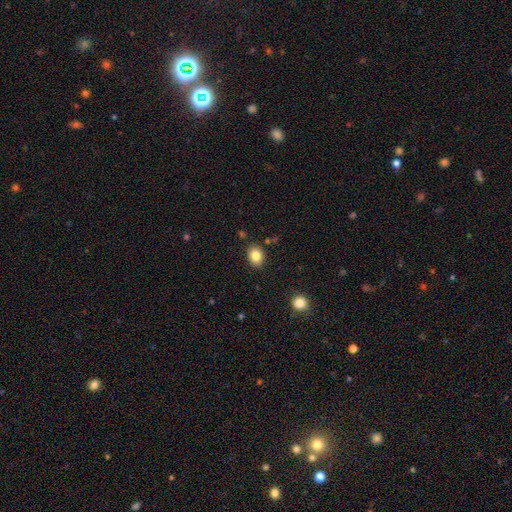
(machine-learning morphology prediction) Smooth or featured: smooth — 84% (star or artifact — 9%)
How rounded: in between — 60% (round — 39%)
Merging: none — 86% (minor disturbance — 9%)